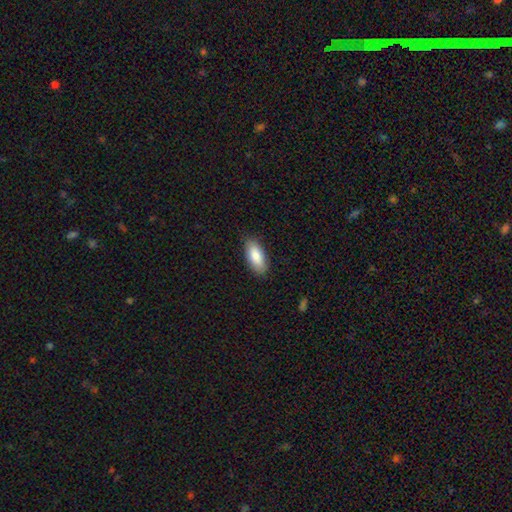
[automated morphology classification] A smooth galaxy with no disk features (84%) that is in between round and cigar-shaped (85%).

Vote fractions:
- Smooth or featured? smooth: 84% / featured or disk: 10% / star or artifact: 6%
- How rounded? in between: 85% / cigar-shaped: 13% / round: 2%
- Merging? none: 86% / minor disturbance: 11% / major disturbance: 2% / merger: 1%